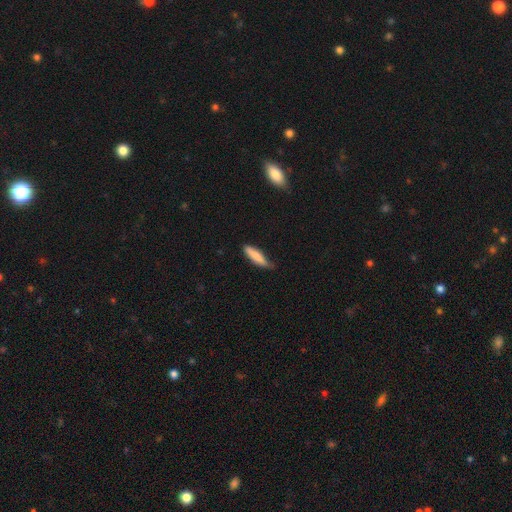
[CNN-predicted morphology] Smooth or featured? Predicted: smooth (p=0.80). How rounded? Predicted: cigar-shaped (p=0.75). Merging? Predicted: none (p=0.58).